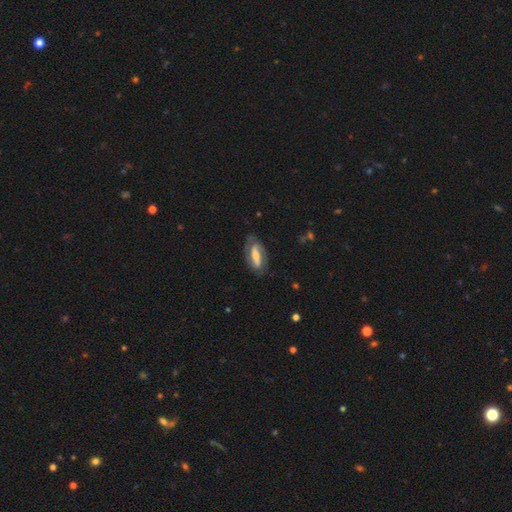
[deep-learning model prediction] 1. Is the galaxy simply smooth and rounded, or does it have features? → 67% featured or disk, 27% smooth, 6% star or artifact.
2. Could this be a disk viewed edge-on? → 89% no, 11% yes.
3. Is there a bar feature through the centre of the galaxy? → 51% strong, 31% weak, 18% no.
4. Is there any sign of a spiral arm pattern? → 82% yes, 18% no.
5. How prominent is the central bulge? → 42% moderate, 32% small, 15% large, 9% none, 2% dominant.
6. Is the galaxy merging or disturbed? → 73% none, 18% minor disturbance, 8% major disturbance, 1% merger.